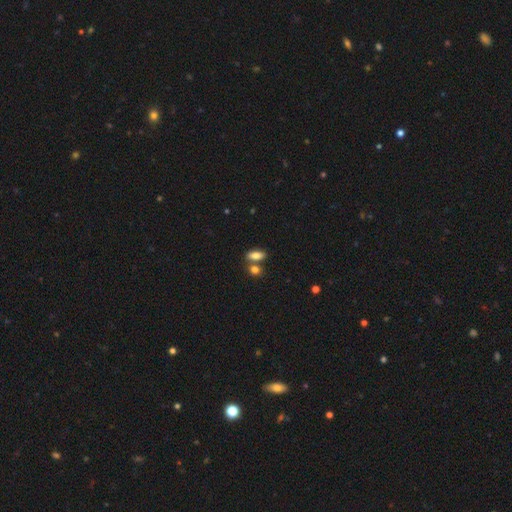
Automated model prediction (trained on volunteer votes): Smooth or featured: smooth — 80% (featured or disk — 11%)
How rounded: in between — 82% (cigar-shaped — 12%)
Merging: none — 61% (merger — 25%)